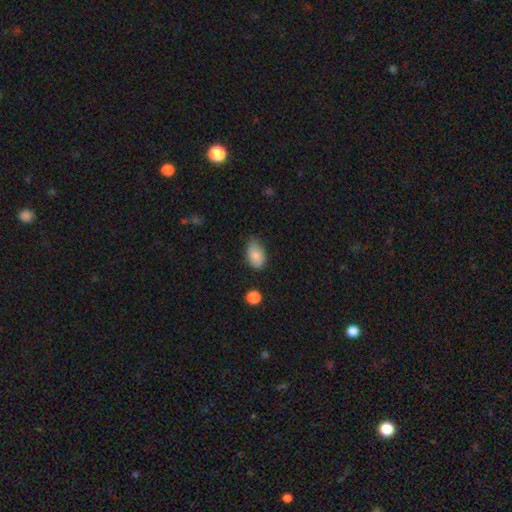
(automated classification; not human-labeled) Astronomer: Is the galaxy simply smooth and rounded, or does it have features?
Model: smooth — 84%.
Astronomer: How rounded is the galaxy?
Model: in between — 90%.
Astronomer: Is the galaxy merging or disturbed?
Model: none — 62%.